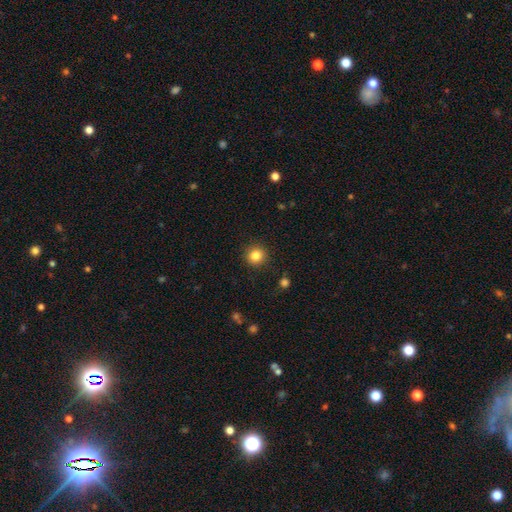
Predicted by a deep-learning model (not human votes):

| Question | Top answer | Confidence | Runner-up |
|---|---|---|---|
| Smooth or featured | smooth | 84% | star or artifact (11%) |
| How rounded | round | 93% | in between (6%) |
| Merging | none | 91% | minor disturbance (6%) |